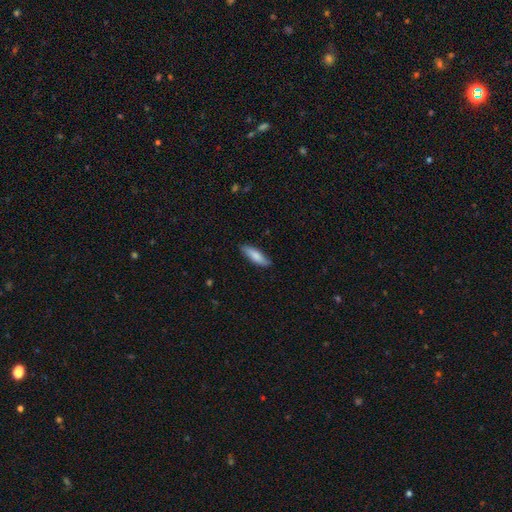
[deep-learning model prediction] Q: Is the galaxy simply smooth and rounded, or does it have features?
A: smooth — 82%.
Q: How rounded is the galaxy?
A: cigar-shaped — 55%.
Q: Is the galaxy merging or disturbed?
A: none — 85%.